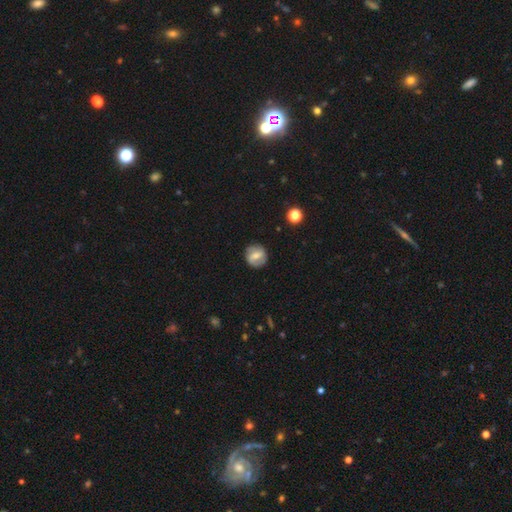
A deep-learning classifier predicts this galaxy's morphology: This appears to be a featured or disk galaxy (52%). Merging: none (84%).